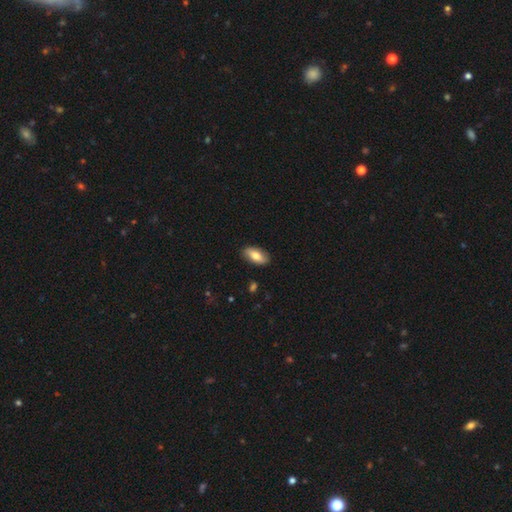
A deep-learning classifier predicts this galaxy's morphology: type=smooth (72%); roundness=in between (90%); merging=none (87%).